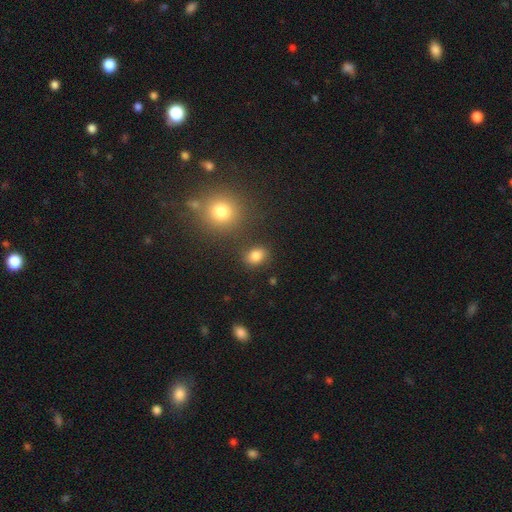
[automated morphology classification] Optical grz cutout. It shows a smooth galaxy with no disk features (82%) that is in between round and cigar-shaped (60%). Merging: none (79%).